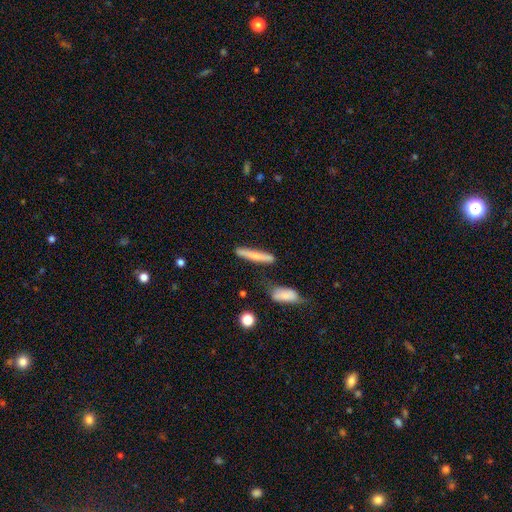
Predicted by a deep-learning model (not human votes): A smooth galaxy with no disk features (64%) that is cigar-shaped (91%).

Vote fractions:
- Smooth or featured? smooth: 64% / featured or disk: 30% / star or artifact: 7%
- How rounded? cigar-shaped: 91% / in between: 7% / round: 2%
- Merging? none: 75% / minor disturbance: 15% / merger: 6% / major disturbance: 4%